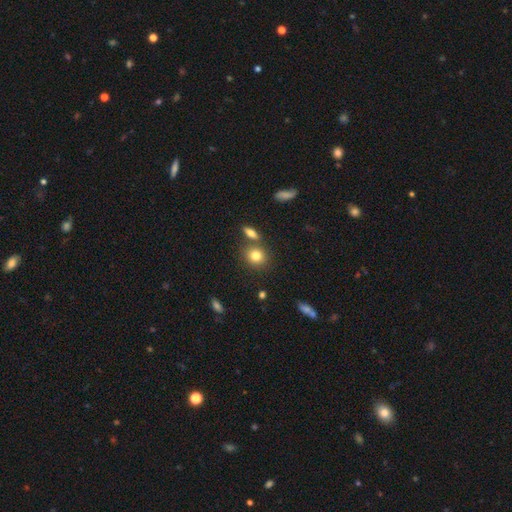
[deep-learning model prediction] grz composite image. It shows a smooth galaxy with no disk features (80%) that is round (71%). Merging: none (69%).